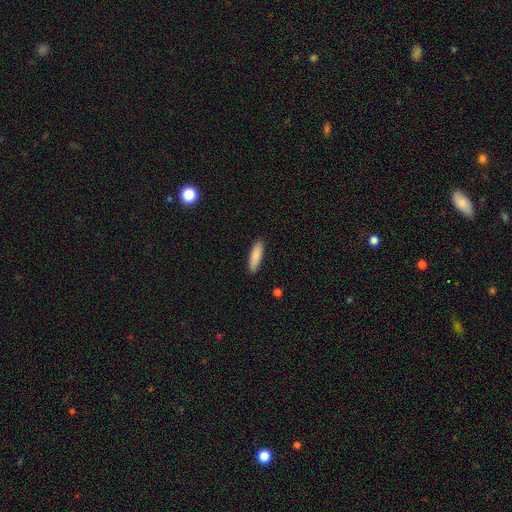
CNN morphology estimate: A smooth galaxy with no disk features (85%) that is cigar-shaped (58%). Merging: none (89%).